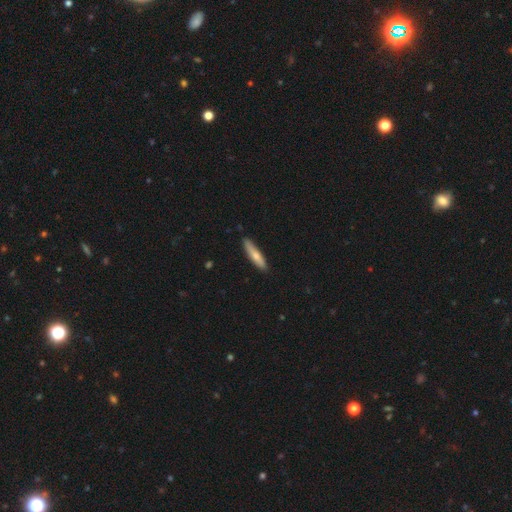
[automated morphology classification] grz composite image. It shows a smooth galaxy with no disk features (70%) that is cigar-shaped (83%). Merging: none (86%).